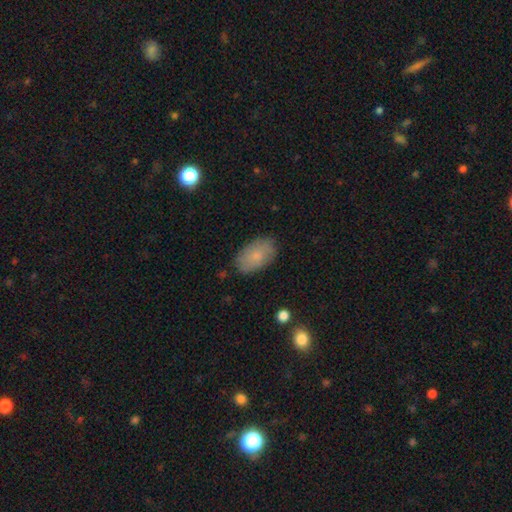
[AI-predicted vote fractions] Smooth or featured: smooth — 77% (featured or disk — 16%)
How rounded: in between — 93% (round — 6%)
Merging: none — 82% (minor disturbance — 14%)